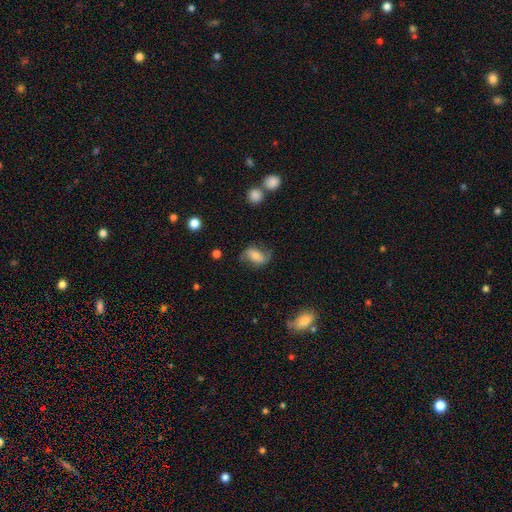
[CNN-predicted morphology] Smooth or featured?
  - smooth: 46% *
  - featured or disk: 45%
  - star or artifact: 9%
Merging?
  - none: 62% *
  - minor disturbance: 24%
  - major disturbance: 12%
  - merger: 2%